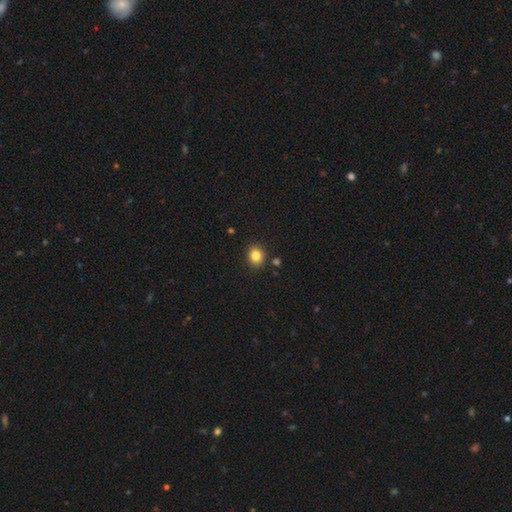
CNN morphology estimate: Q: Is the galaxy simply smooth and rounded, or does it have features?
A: smooth — 84%.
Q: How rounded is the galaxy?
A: round — 68%.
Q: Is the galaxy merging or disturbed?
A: none — 87%.